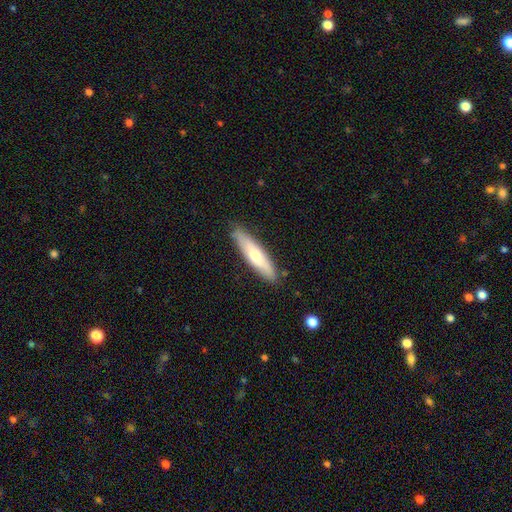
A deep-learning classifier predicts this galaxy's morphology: smooth_or_featured: smooth (p=0.58) [alt: featured or disk p=0.37]
how_rounded: cigar-shaped (p=0.78) [alt: in between p=0.20]
merging: none (p=0.84) [alt: minor disturbance p=0.13]